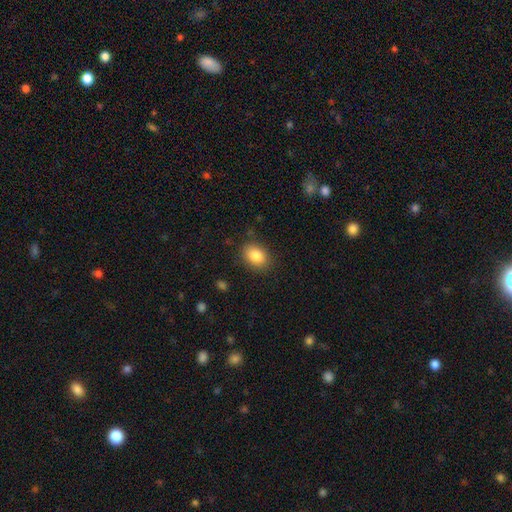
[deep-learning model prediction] smooth-or-featured: smooth: 85% | star or artifact: 9% | featured or disk: 7%
  how-rounded: in between: 72% | round: 27% | cigar-shaped: 1%
  merging: none: 85% | minor disturbance: 11% | major disturbance: 3% | merger: 1%